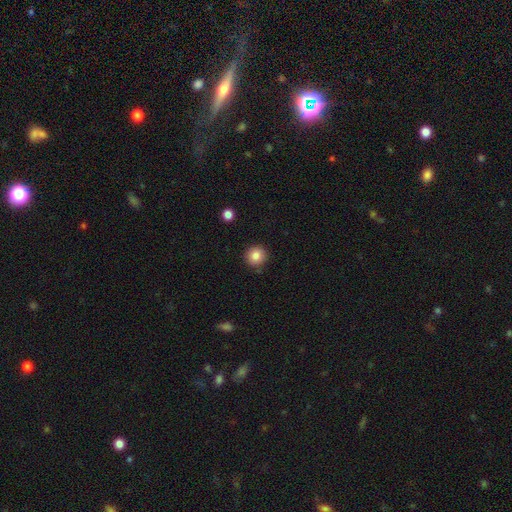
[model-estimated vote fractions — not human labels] Smooth or featured? Predicted: smooth (p=0.85). How rounded? Predicted: round (p=0.94). Merging? Predicted: none (p=0.89).